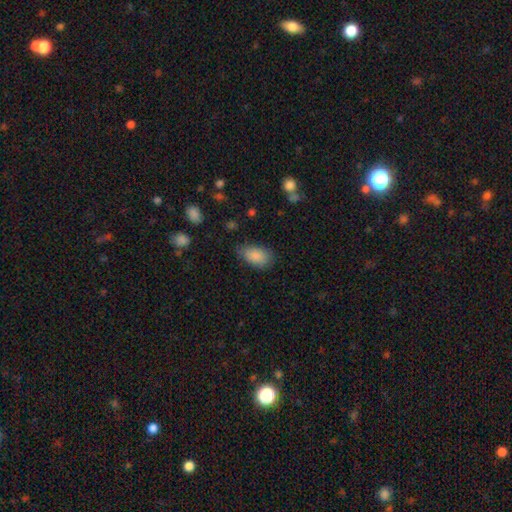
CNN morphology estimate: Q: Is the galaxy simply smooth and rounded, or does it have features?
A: smooth — 87%.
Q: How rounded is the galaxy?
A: in between — 92%.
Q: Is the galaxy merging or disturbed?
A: none — 69%.